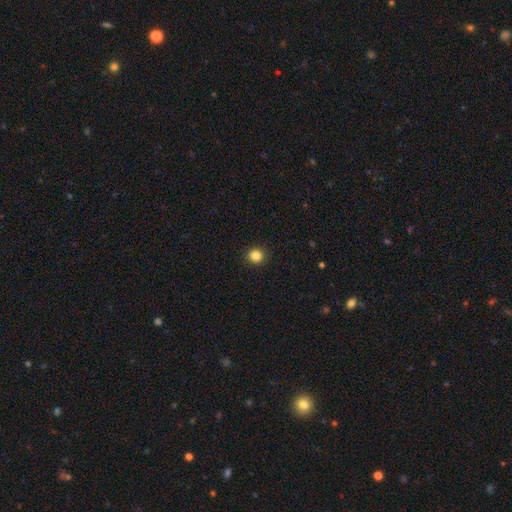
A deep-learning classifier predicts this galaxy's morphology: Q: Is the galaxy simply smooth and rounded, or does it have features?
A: smooth — 85%.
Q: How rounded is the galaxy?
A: round — 93%.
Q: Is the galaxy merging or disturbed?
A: none — 93%.